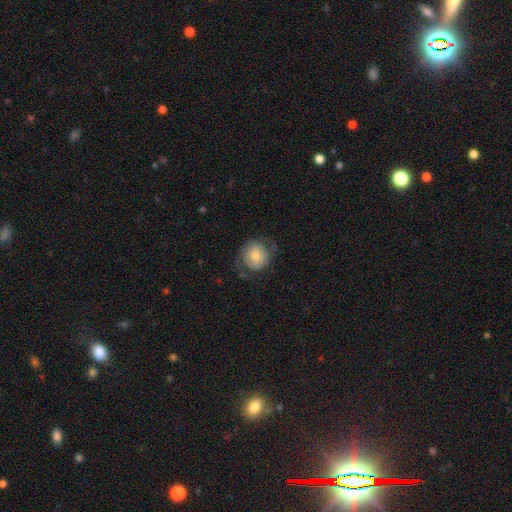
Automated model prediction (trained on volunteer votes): The model was most divided on "smooth or featured": smooth: 63%, featured or disk: 29%, star or artifact: 8%. More confident: how rounded — round (83%); merging — none (65%).